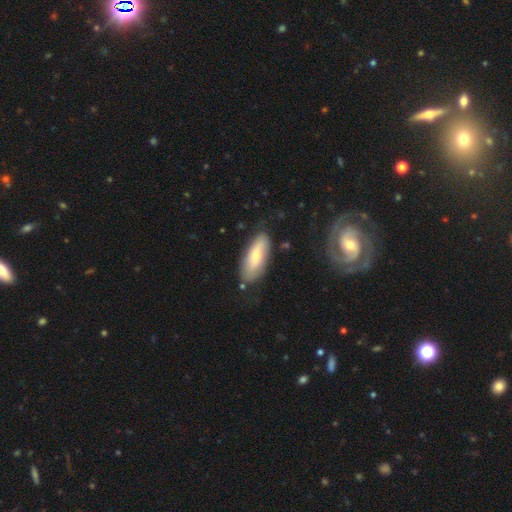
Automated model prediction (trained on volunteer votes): This appears to be a smooth galaxy with no disk features (61%) that is in between round and cigar-shaped (73%). Merging: none (78%).